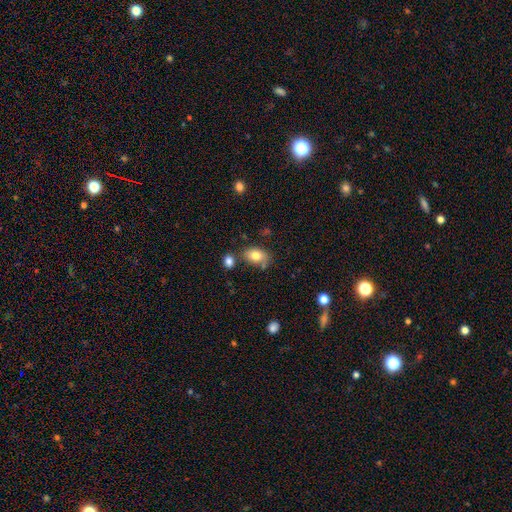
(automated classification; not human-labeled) This appears to be a smooth galaxy with no disk features (80%) that is in between round and cigar-shaped (84%). Merging: none (69%).